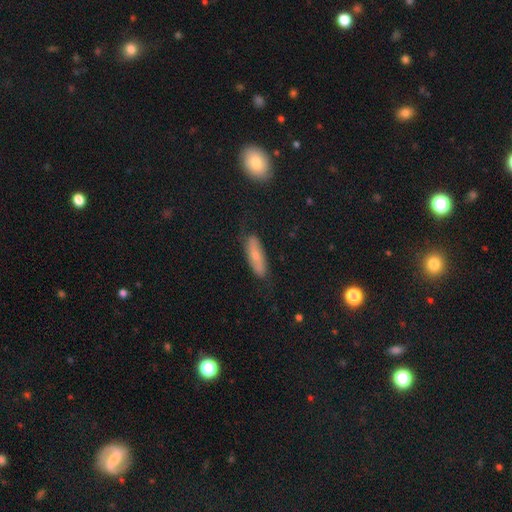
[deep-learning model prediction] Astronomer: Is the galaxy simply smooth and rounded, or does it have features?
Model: smooth — 58% (runner-up: featured or disk, 34%).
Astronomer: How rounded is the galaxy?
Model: cigar-shaped — 54% (runner-up: in between, 44%).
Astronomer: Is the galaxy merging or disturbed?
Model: none — 72%.